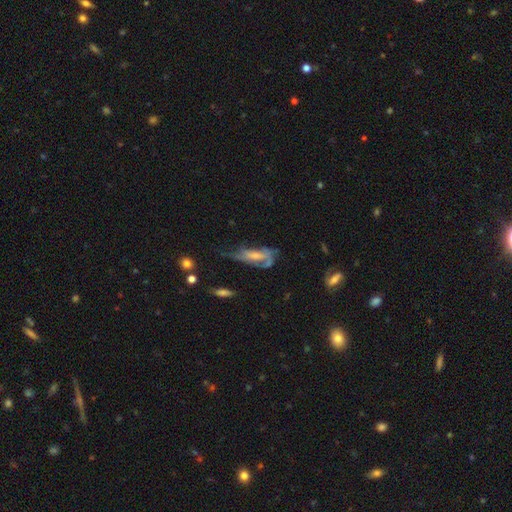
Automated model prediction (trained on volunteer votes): This is possibly a featured or disk galaxy (56%). It is clearly not viewed edge-on (83%). Merging: marginally major disturbance (43%).